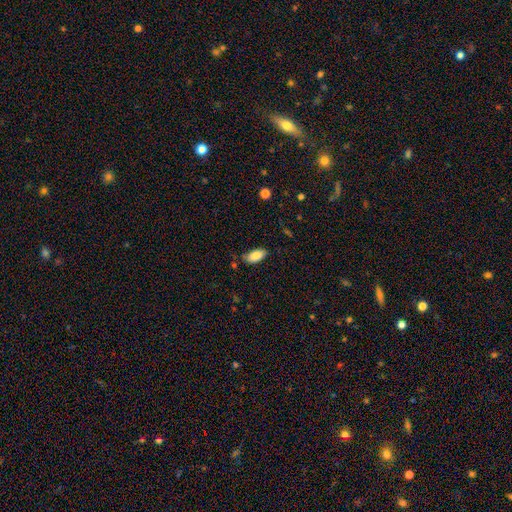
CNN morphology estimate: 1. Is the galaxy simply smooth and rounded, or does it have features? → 86% smooth, 7% featured or disk, 7% star or artifact.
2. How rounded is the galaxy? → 93% in between, 5% cigar-shaped, 2% round.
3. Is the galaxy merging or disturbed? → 76% none, 17% minor disturbance, 4% major disturbance, 3% merger.